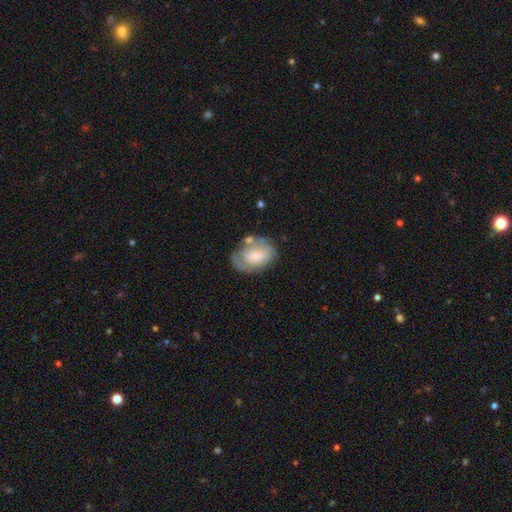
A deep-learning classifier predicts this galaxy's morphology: type=featured or disk (53%); edge-on=no (96%); bar=no (68%); spiral arms=yes (65%); bulge=small (57%); merging=none (54%).